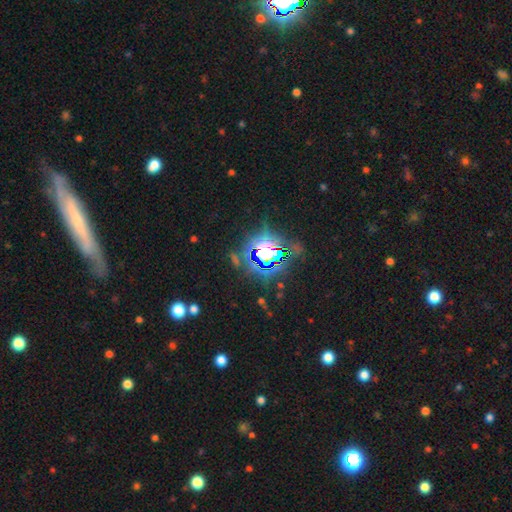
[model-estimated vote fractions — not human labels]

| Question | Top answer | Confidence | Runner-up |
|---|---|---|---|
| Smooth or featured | star or artifact | 77% | smooth (13%) |